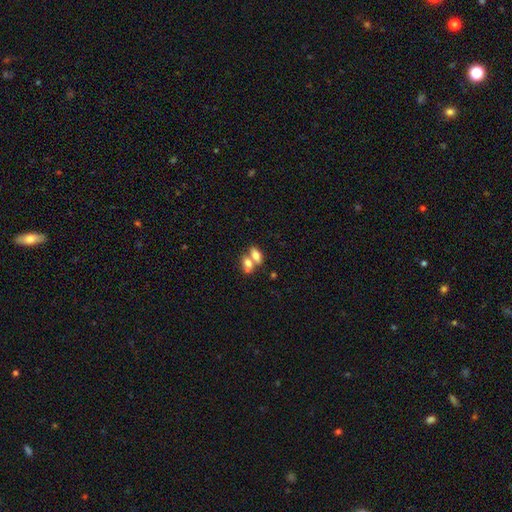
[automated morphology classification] Smooth or featured? smooth (70%)
How rounded? in between (82%)
Merging? merger (57%)